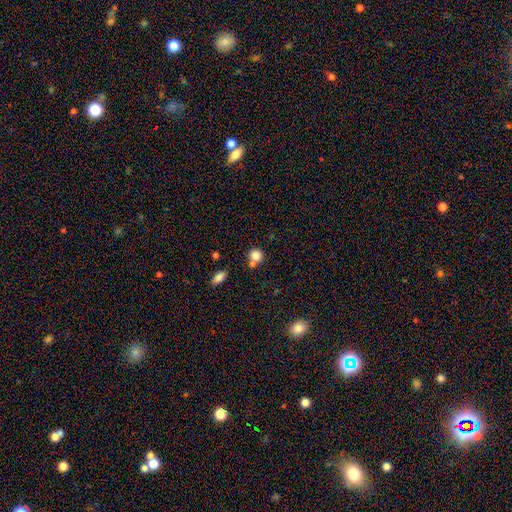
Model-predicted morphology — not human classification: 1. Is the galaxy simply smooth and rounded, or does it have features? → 83% smooth, 11% star or artifact, 7% featured or disk.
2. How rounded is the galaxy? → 84% round, 15% in between, 1% cigar-shaped.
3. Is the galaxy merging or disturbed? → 58% none, 28% merger, 10% minor disturbance, 4% major disturbance.